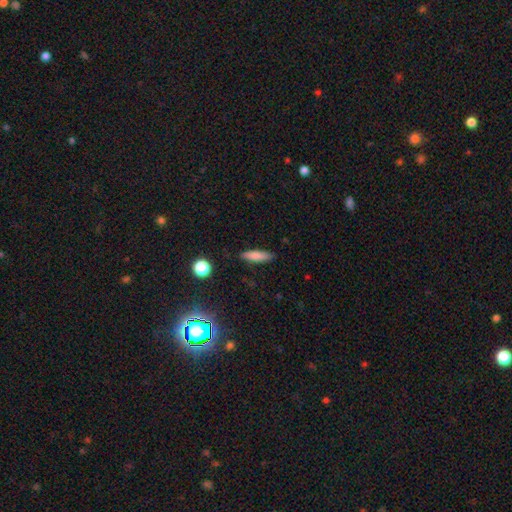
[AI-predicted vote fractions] This appears to be a smooth galaxy with no disk features (80%) that is cigar-shaped (68%). Merging: none (86%).